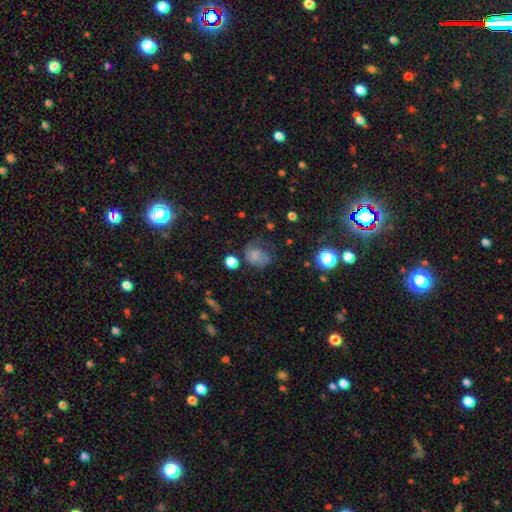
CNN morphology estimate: smooth_or_featured: smooth (p=0.54) [alt: featured or disk p=0.32]
how_rounded: round (p=0.52) [alt: in between p=0.47]
merging: none (p=0.35) [alt: major disturbance p=0.34]